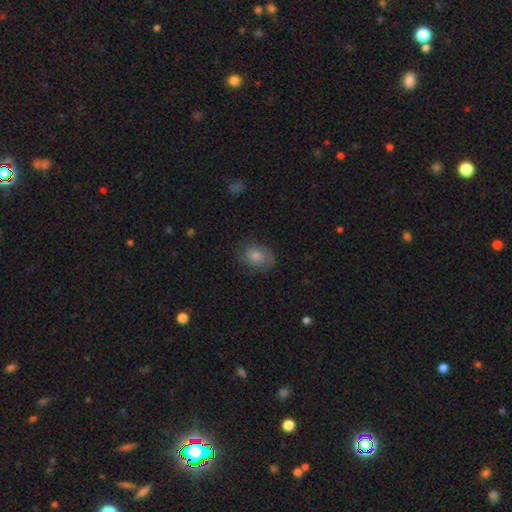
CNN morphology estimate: A smooth galaxy with no disk features (43%, tied with featured or disk).

Vote fractions:
- Smooth or featured? smooth: 43% (tied) / featured or disk: 43% (tied) / star or artifact: 14%
- Merging? none: 77% / minor disturbance: 16% / major disturbance: 5% / merger: 1%